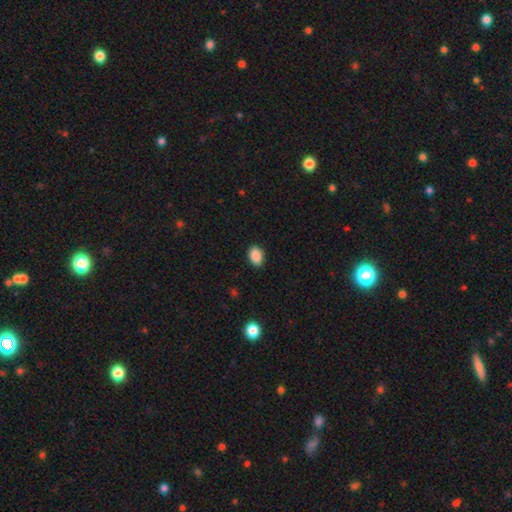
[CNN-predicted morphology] Smooth or featured? smooth (89%)
How rounded? in between (83%)
Merging? none (87%)